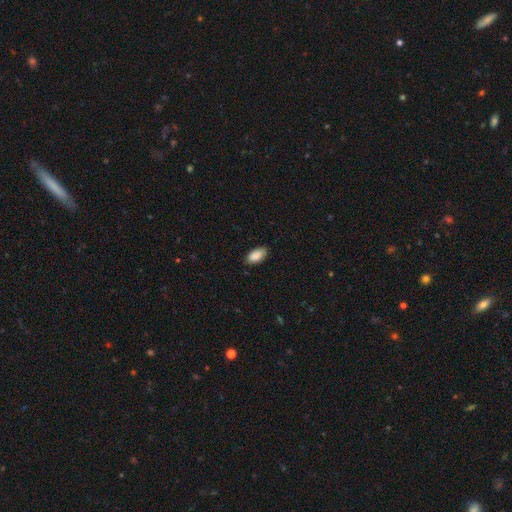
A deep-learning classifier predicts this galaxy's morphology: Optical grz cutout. It shows a smooth galaxy with no disk features (88%) that is in between round and cigar-shaped (93%). Merging: none (79%).